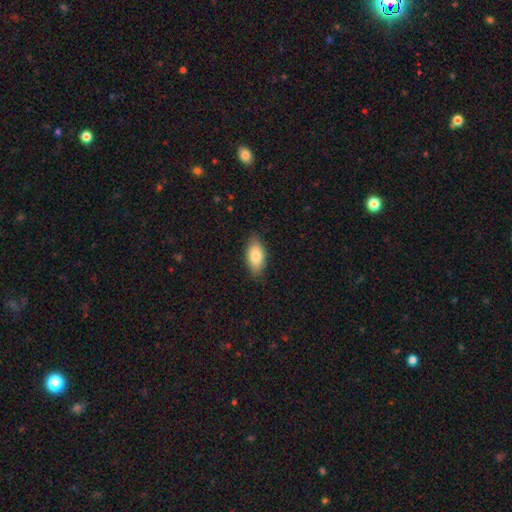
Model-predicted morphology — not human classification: Q: Smooth or featured?
A: smooth (83%); runner-up: featured or disk (11%)
Q: How rounded?
A: in between (91%); runner-up: cigar-shaped (6%)
Q: Merging?
A: none (84%); runner-up: minor disturbance (13%)